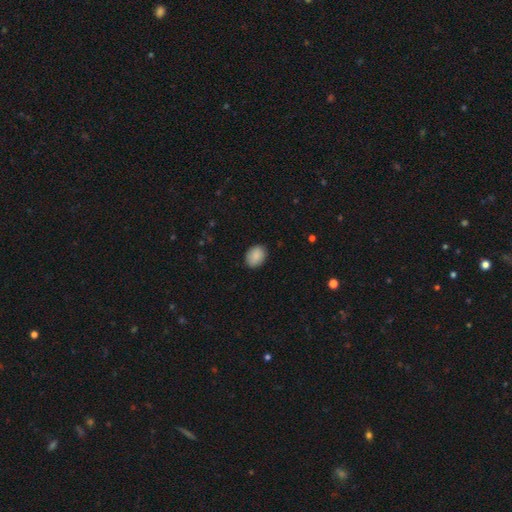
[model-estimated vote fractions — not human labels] smooth-or-featured: smooth: 89% | star or artifact: 7% | featured or disk: 4%
  how-rounded: in between: 61% | round: 38% | cigar-shaped: 1%
  merging: none: 87% | minor disturbance: 10% | major disturbance: 2% | merger: 1%